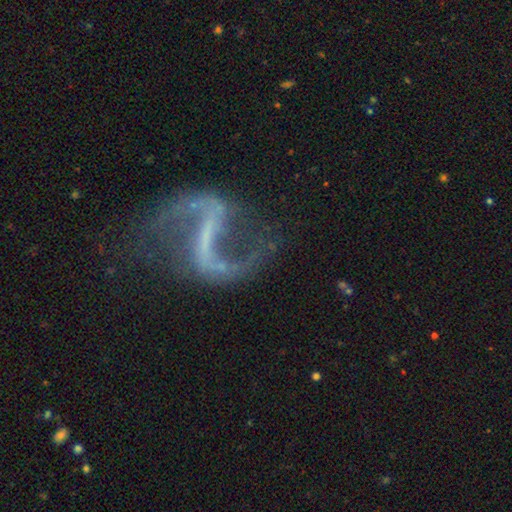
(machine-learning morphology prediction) The model was most divided on "bar": strong: 60%, weak: 29%, no: 11%. More confident: edge-on disk — no (97%); spiral arms — yes (95%); spiral arm count — 2 (92%); smooth or featured — featured or disk (90%); spiral winding — loose (80%); merging — none (68%); bulge size — none (64%).